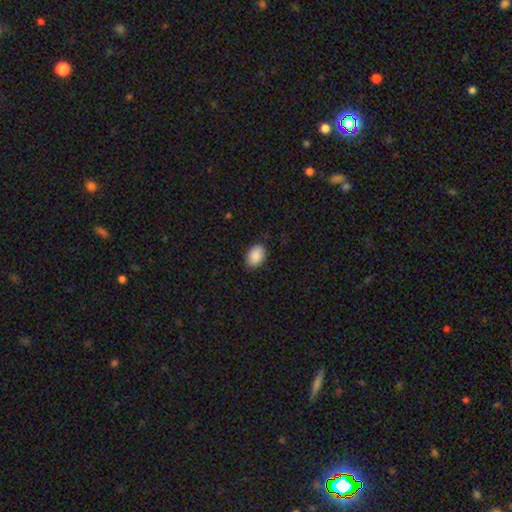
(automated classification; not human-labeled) Q: Smooth or featured?
A: smooth (90%); runner-up: star or artifact (7%)
Q: How rounded?
A: in between (84%); runner-up: round (15%)
Q: Merging?
A: none (87%); runner-up: minor disturbance (10%)